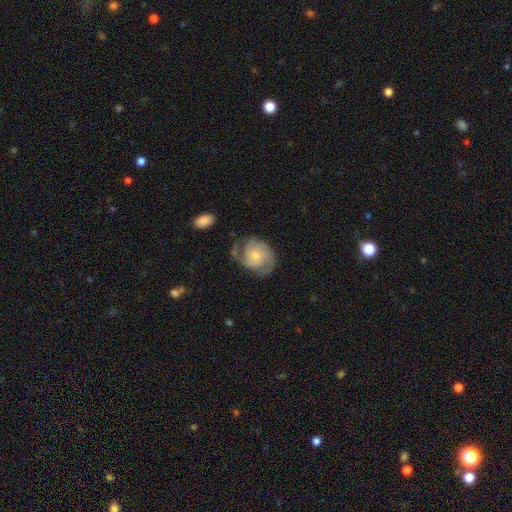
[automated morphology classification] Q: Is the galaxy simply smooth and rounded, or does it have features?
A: featured or disk — 62%.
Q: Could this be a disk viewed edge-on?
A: no — 98%.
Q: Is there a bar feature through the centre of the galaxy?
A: no — 77%.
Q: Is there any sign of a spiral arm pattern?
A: yes — 86%.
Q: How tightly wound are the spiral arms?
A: tight — 42%.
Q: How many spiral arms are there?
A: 2 — 51%.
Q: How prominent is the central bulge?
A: small — 51%.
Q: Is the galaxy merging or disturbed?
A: none — 50%.